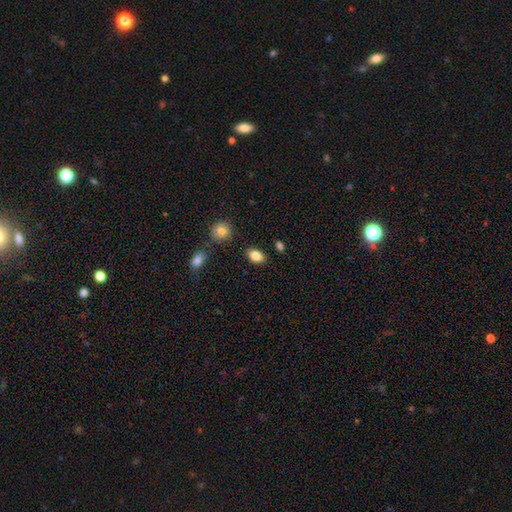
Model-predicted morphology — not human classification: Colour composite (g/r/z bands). It shows a smooth galaxy with no disk features (84%) that is in between round and cigar-shaped (85%). Merging: none (84%).